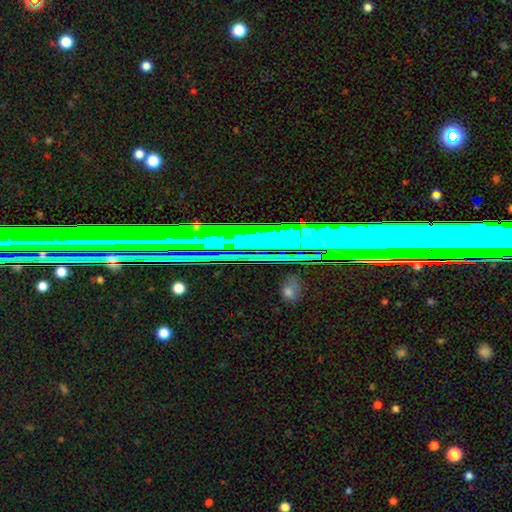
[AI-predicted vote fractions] Q: Smooth or featured?
A: star or artifact (64%); runner-up: featured or disk (23%)